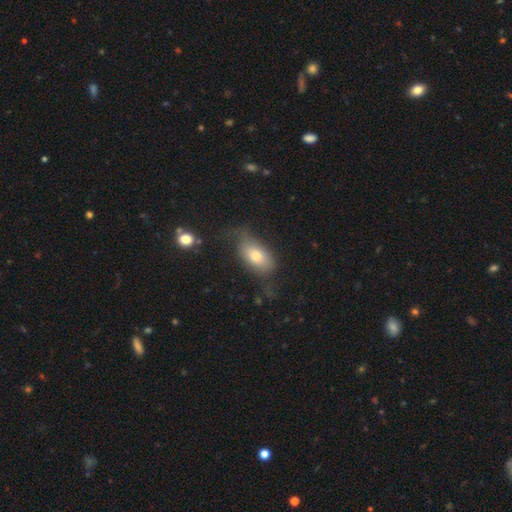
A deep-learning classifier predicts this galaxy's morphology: Overall: smooth (72%). How rounded: in between (89%). Merging: none (53%; minor disturbance 29%).